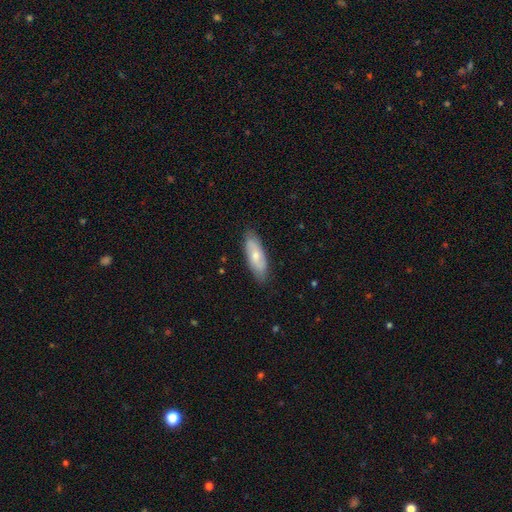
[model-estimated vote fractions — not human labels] smooth 60%, featured or disk 35%, star or artifact 6%. Down the decision tree: how rounded — in between (68%); merging — none (84%).